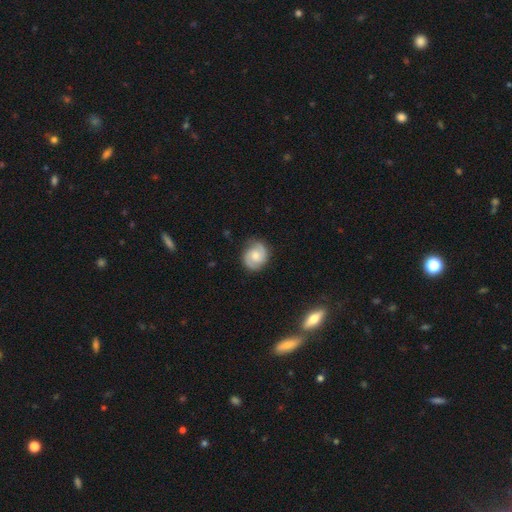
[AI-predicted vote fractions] Overall: featured or disk (67%). Edge-on disk: no (98%). Bar: no (58%; weak 36%). Spiral arms: yes (94%). Spiral arm count: 2 (89%). Spiral winding: medium (45%; tight 41%). Bulge size: moderate (54%; small 31%). Merging: none (82%).